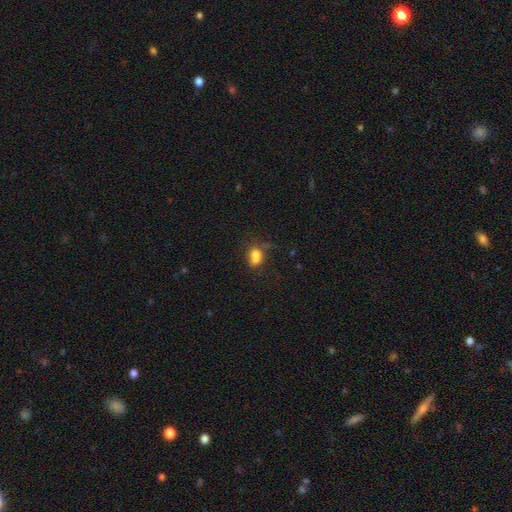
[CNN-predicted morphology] type=smooth (72%); roundness=in between (67%); merging=none (33%).